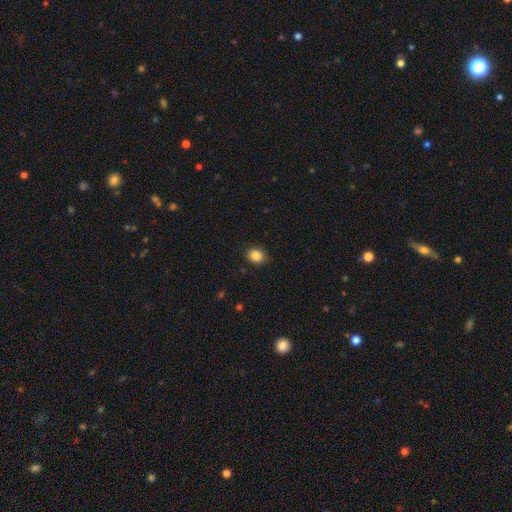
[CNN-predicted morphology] The model was most divided on "how rounded": in between: 50%, round: 49%, cigar-shaped: 1%. More confident: merging — none (90%); smooth or featured — smooth (86%).